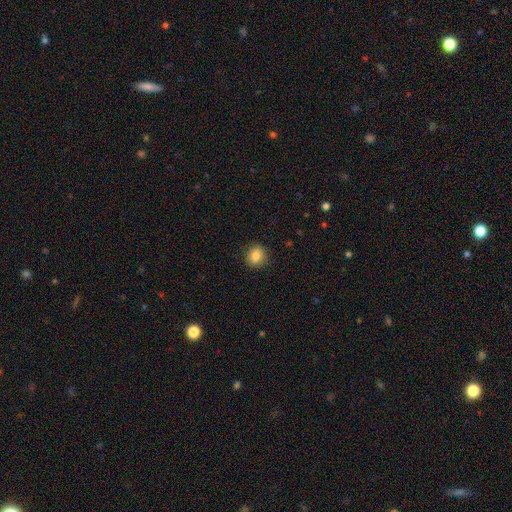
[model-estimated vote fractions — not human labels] Morphology: type=smooth (85%); roundness=round (73%); merging=none (88%).